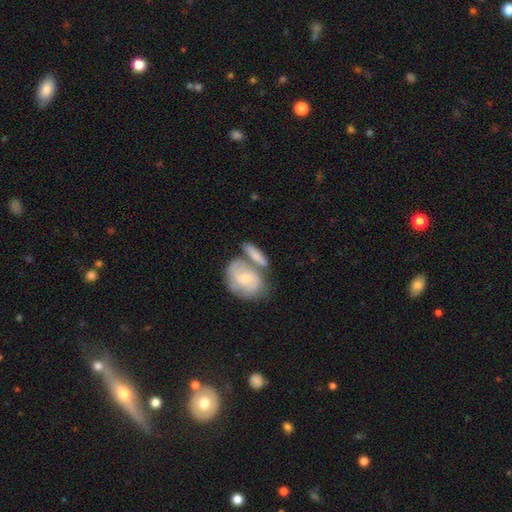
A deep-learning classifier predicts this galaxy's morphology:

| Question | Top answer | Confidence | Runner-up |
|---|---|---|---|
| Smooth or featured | smooth | 58% | featured or disk (36%) |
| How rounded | in between | 69% | cigar-shaped (20%) |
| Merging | merger | 45% | none (36%) |